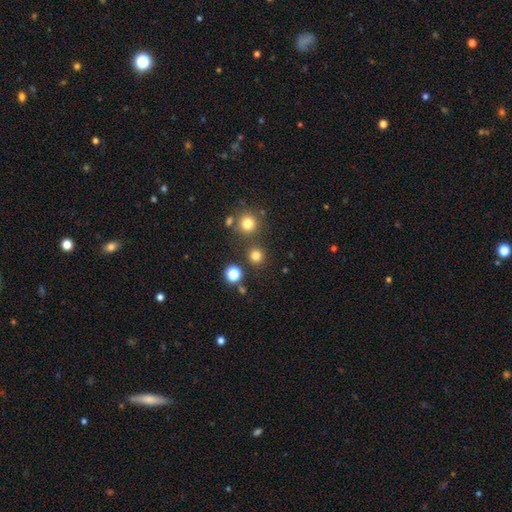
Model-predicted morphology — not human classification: Smooth or featured? smooth (76%)
How rounded? round (92%)
Merging? none (81%)